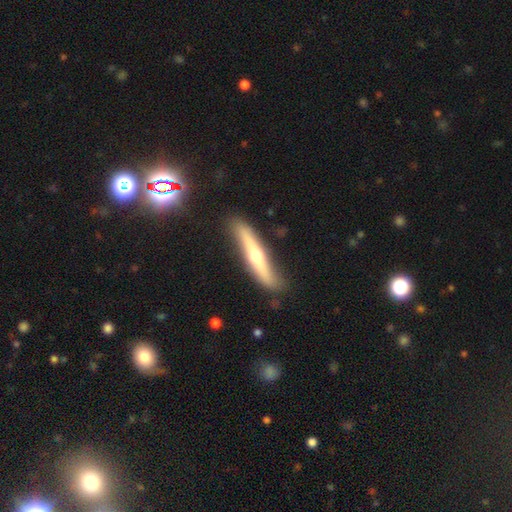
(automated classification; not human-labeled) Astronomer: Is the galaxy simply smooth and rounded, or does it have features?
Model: featured or disk — 61%.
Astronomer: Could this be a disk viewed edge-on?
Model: yes — 88%.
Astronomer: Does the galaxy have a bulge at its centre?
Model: rounded — 90%.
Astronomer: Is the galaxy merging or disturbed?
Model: none — 83%.